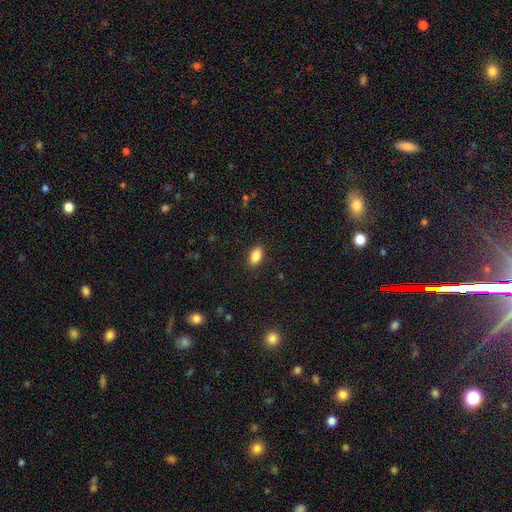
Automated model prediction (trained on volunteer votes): smooth 87%, star or artifact 8%, featured or disk 6%. Down the decision tree: how rounded — in between (91%); merging — none (89%).